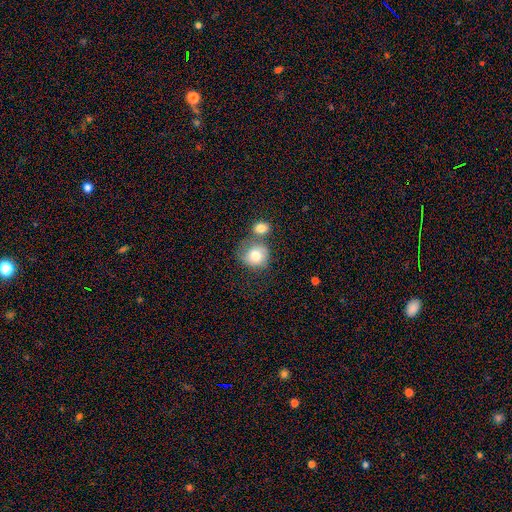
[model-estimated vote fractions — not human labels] A smooth galaxy with no disk features (78%) that is round (80%). Merging: none (45%).